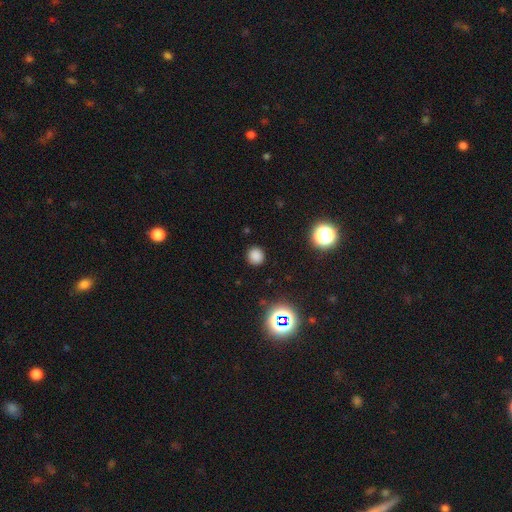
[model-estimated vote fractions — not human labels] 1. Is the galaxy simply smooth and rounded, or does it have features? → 78% smooth, 17% star or artifact, 4% featured or disk.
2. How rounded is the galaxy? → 91% round, 8% in between, 1% cigar-shaped.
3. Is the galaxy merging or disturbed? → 90% none, 7% minor disturbance, 2% major disturbance, 1% merger.